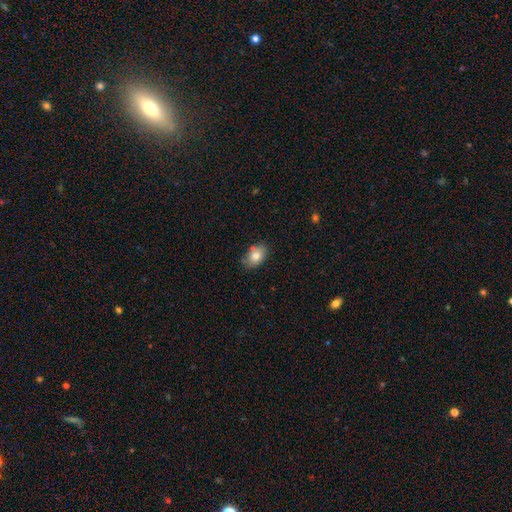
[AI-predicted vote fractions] A smooth galaxy with no disk features (80%) that is in between round and cigar-shaped (82%). Merging: none (74%).